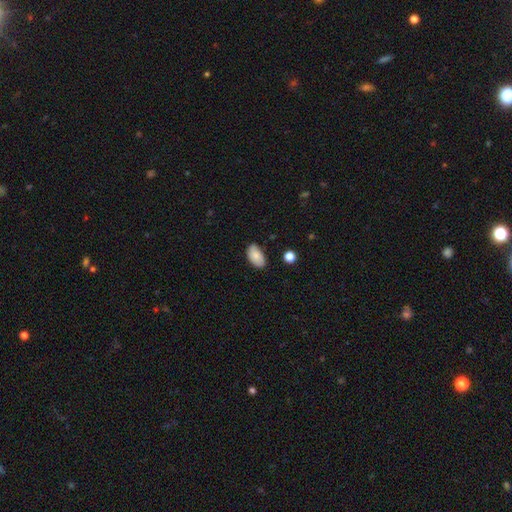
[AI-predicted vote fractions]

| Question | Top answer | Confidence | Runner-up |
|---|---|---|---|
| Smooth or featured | smooth | 84% | featured or disk (8%) |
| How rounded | in between | 94% | round (4%) |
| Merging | none | 75% | minor disturbance (20%) |